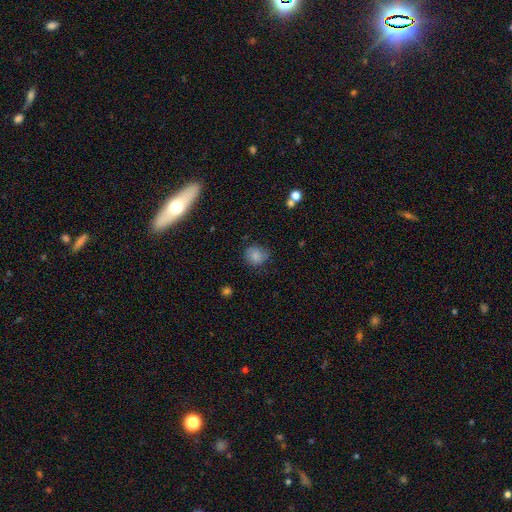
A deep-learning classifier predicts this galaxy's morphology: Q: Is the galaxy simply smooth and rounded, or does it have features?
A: smooth — 79%.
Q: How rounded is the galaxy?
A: round — 82%.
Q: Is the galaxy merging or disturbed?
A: none — 73%.